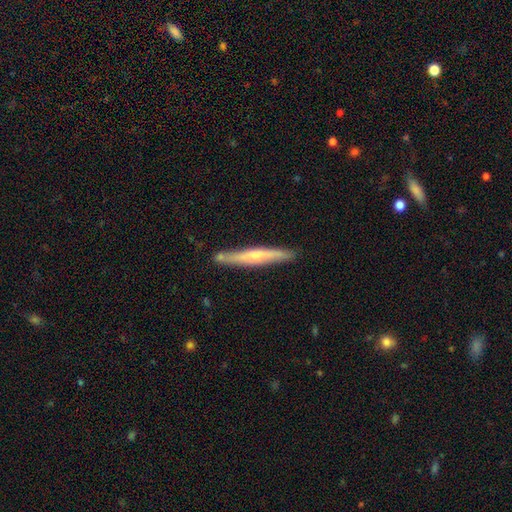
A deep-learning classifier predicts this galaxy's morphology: type=featured or disk (53%); edge-on=yes (94%); edge-on bulge=rounded (54%); merging=none (82%).